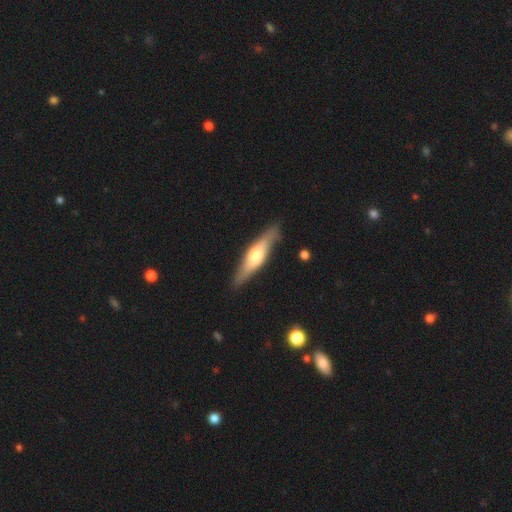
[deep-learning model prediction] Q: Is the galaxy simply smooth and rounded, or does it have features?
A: featured or disk — 53%.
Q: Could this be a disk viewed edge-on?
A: yes — 86%.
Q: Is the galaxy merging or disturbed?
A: none — 85%.